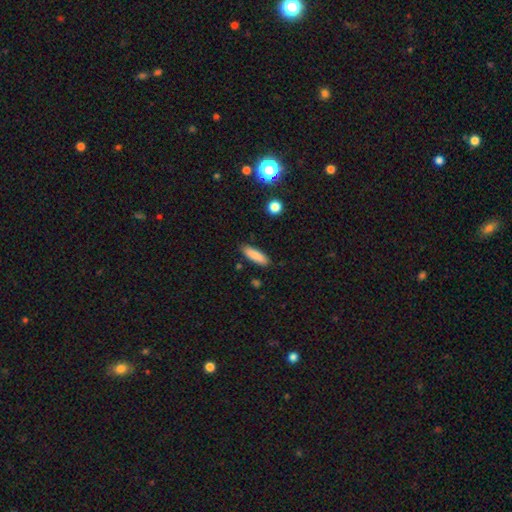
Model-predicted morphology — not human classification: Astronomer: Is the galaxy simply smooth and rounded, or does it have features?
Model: smooth — 86%.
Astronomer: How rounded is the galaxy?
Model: cigar-shaped — 54% (runner-up: in between, 44%).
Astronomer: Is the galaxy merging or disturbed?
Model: none — 87%.